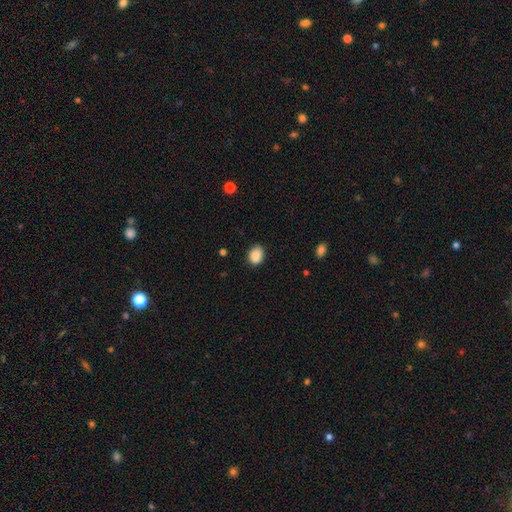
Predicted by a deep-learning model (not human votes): The model was most divided on "how rounded": in between: 59%, round: 41%, cigar-shaped: 1%. More confident: smooth or featured — smooth (89%); merging — none (84%).